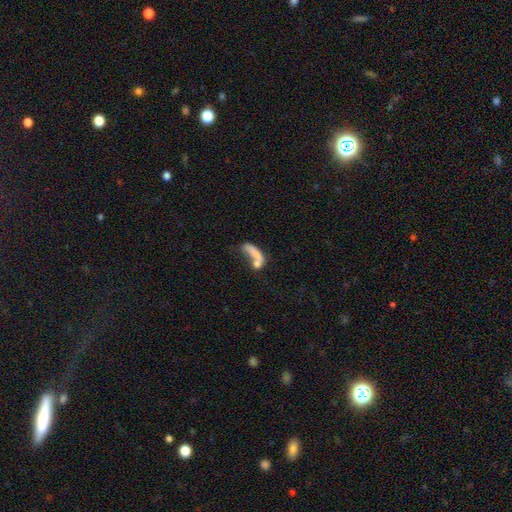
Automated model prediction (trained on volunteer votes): smooth 64%, featured or disk 26%, star or artifact 10%. Down the decision tree: how rounded — cigar-shaped (48%); merging — merger (45%).